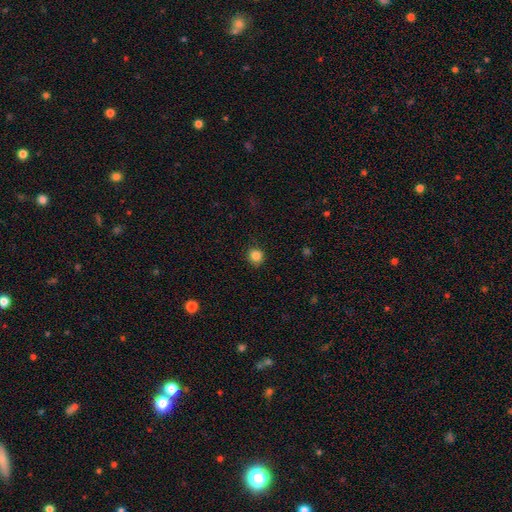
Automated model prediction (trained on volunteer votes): smooth 85%, star or artifact 11%, featured or disk 4%. Down the decision tree: how rounded — round (89%); merging — none (87%).